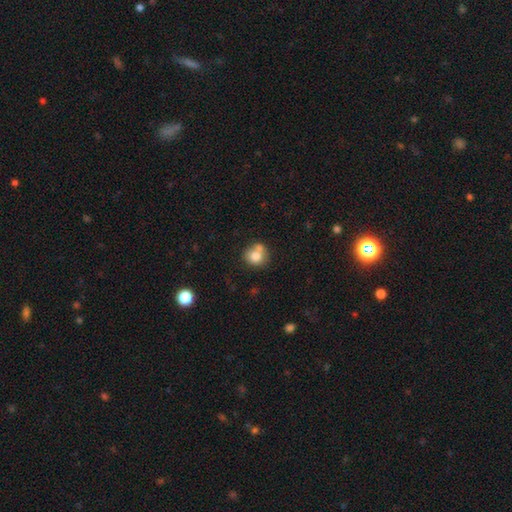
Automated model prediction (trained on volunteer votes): Smooth or featured: smooth — 77% (featured or disk — 13%)
How rounded: round — 82% (in between — 17%)
Merging: none — 49% (merger — 33%)